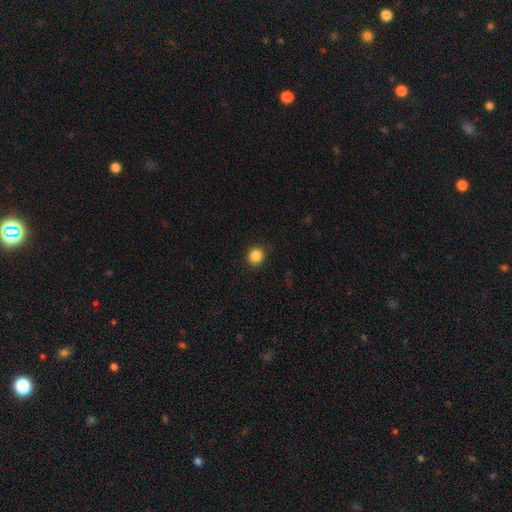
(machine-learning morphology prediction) A smooth galaxy with no disk features (86%) that is round (87%).

Vote fractions:
- Smooth or featured? smooth: 86% / star or artifact: 10% / featured or disk: 4%
- How rounded? round: 87% / in between: 12% / cigar-shaped: 1%
- Merging? none: 90% / minor disturbance: 7% / major disturbance: 2% / merger: 1%